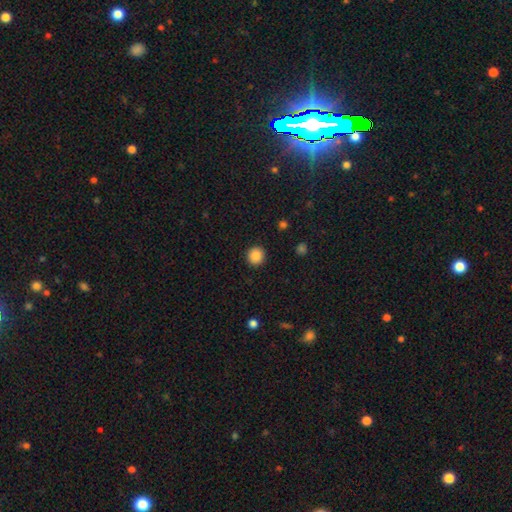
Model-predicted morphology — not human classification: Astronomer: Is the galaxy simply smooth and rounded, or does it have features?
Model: smooth — 87%.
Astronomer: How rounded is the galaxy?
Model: round — 91%.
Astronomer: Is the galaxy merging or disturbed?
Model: none — 91%.